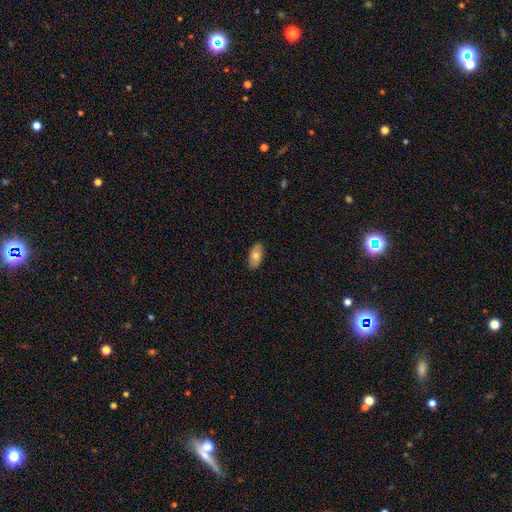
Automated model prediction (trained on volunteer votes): Smooth or featured: smooth — 70% (featured or disk — 23%)
How rounded: in between — 92% (cigar-shaped — 5%)
Merging: none — 86% (minor disturbance — 11%)